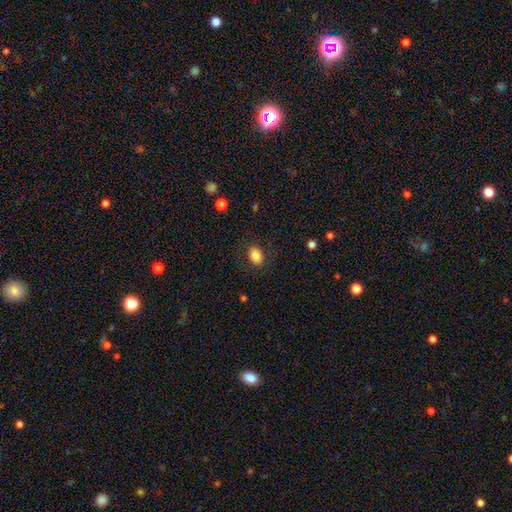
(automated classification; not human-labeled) A smooth galaxy with no disk features (83%) that is in between round and cigar-shaped (71%).

Vote fractions:
- Smooth or featured? smooth: 83% / star or artifact: 8% / featured or disk: 8%
- How rounded? in between: 71% / round: 28% / cigar-shaped: 1%
- Merging? none: 83% / minor disturbance: 11% / major disturbance: 5% / merger: 1%